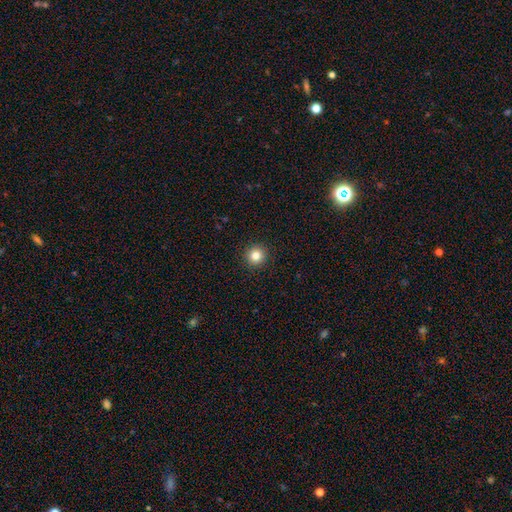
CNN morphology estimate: Smooth or featured? smooth (83%)
How rounded? round (95%)
Merging? none (93%)